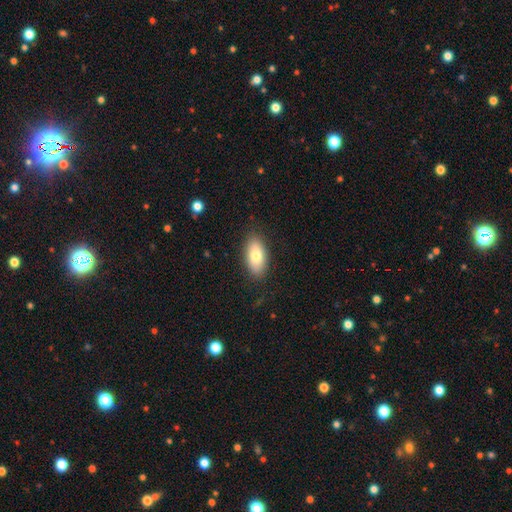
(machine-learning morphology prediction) The model was most divided on "smooth or featured": smooth: 77%, featured or disk: 16%, star or artifact: 7%. More confident: how rounded — in between (92%); merging — none (86%).